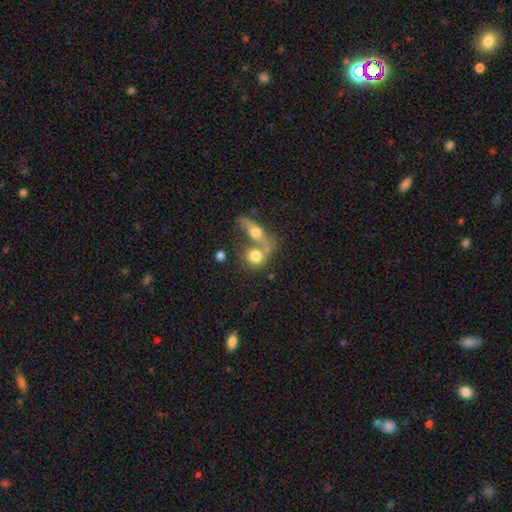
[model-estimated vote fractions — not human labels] smooth-or-featured: smooth: 70% | featured or disk: 21% | star or artifact: 9%
  how-rounded: round: 67% | in between: 29% | cigar-shaped: 5%
  merging: merger: 52% | none: 31% | minor disturbance: 9% | major disturbance: 8%